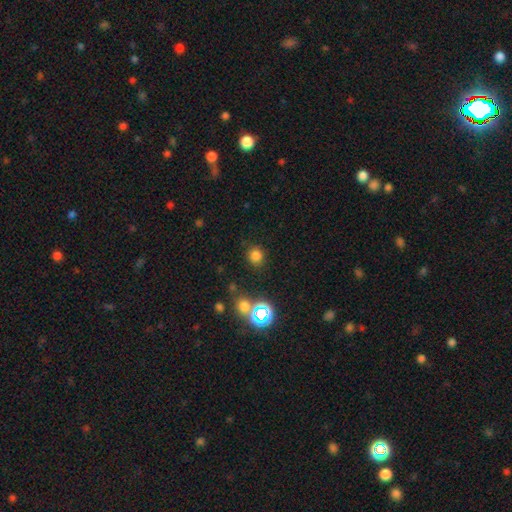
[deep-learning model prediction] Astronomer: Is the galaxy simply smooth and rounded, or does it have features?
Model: smooth — 75%.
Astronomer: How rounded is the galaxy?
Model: round — 87%.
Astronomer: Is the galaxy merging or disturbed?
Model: none — 85%.